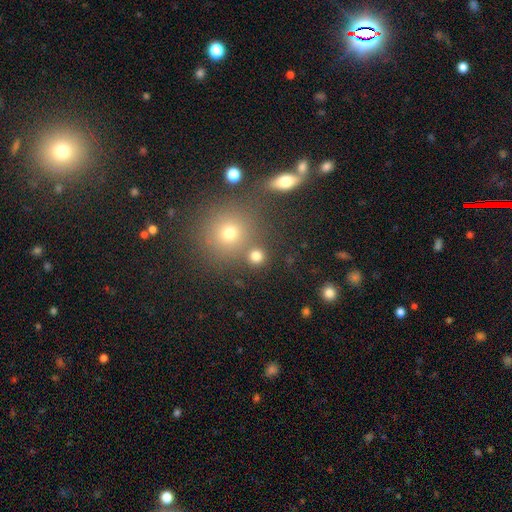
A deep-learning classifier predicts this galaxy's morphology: This is possibly a smooth galaxy (56%). How rounded: clearly round (89%). Merging: likely none (76%).